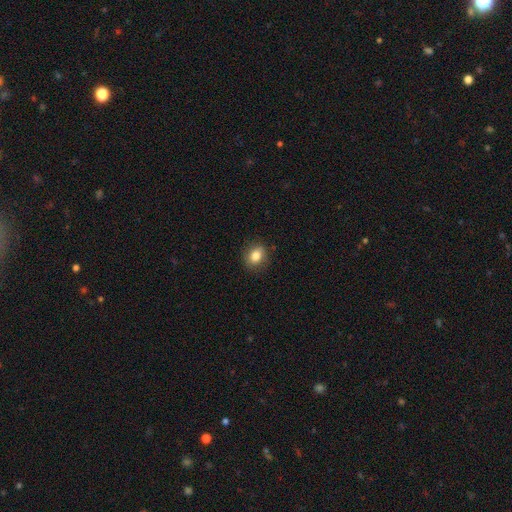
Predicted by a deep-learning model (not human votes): Morphology: type=smooth (82%); roundness=round (50%); merging=none (84%).